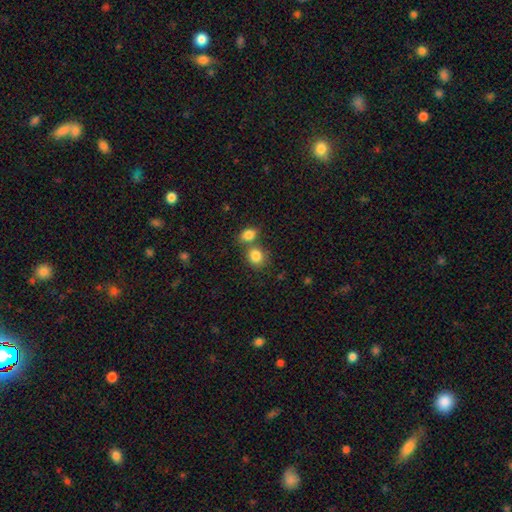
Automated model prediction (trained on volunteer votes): smooth 84%, star or artifact 10%, featured or disk 6%. Down the decision tree: how rounded — round (68%); merging — none (51%).